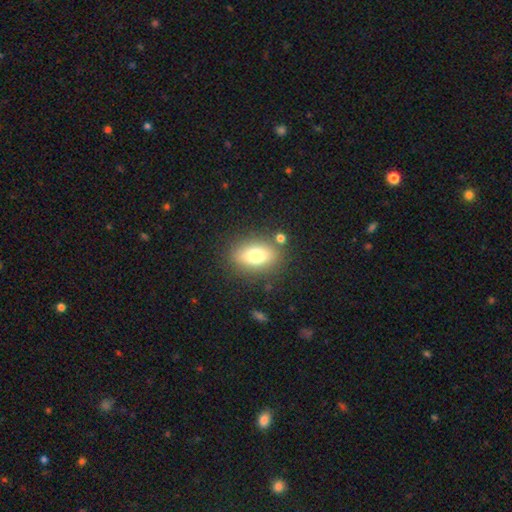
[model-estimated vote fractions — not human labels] A smooth galaxy with no disk features (74%) that is in between round and cigar-shaped (80%). Merging: none (80%).